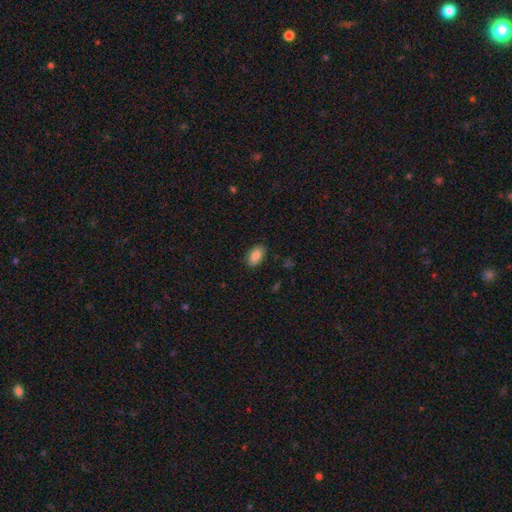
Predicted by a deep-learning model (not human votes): This is clearly a smooth galaxy (85%). How rounded: clearly in between (92%). Merging: clearly none (87%).